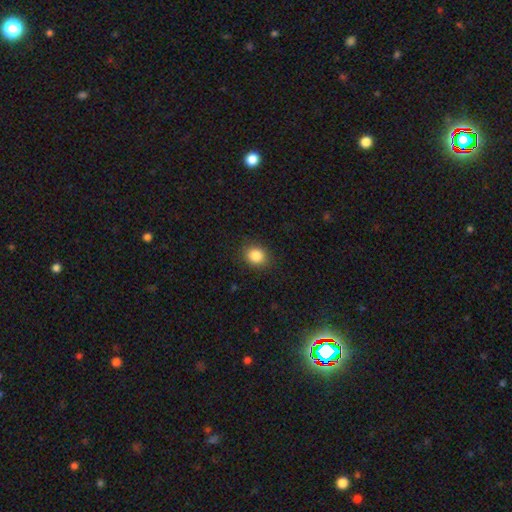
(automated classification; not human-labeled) The model was most divided on "how rounded": round: 65%, in between: 34%, cigar-shaped: 1%. More confident: merging — none (88%); smooth or featured — smooth (86%).